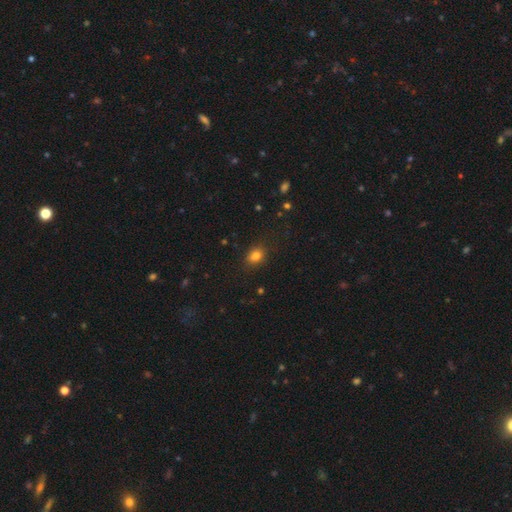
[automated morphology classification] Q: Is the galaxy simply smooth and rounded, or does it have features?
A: smooth — 81%.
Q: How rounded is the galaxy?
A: in between — 58%.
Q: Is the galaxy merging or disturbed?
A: none — 84%.